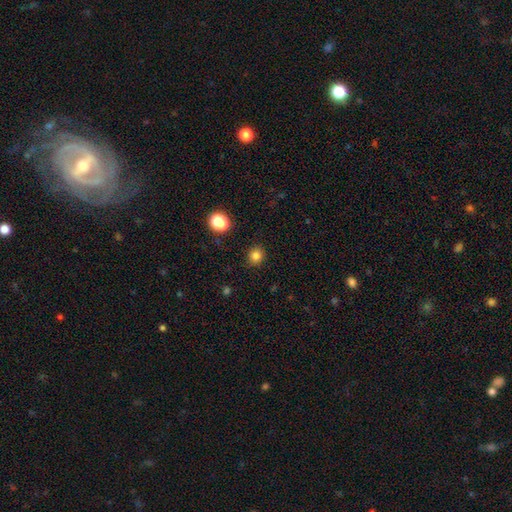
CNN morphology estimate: A smooth galaxy with no disk features (82%) that is round (81%).

Vote fractions:
- Smooth or featured? smooth: 82% / star or artifact: 13% / featured or disk: 5%
- How rounded? round: 81% / in between: 19% / cigar-shaped: 1%
- Merging? none: 89% / minor disturbance: 7% / major disturbance: 2% / merger: 1%